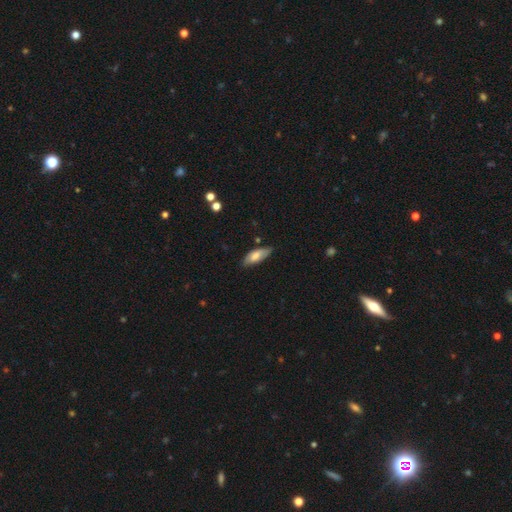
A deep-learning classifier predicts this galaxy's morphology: smooth_or_featured: smooth (p=0.72) [alt: featured or disk p=0.21]
how_rounded: in between (p=0.77) [alt: cigar-shaped p=0.21]
merging: none (p=0.71) [alt: minor disturbance p=0.24]